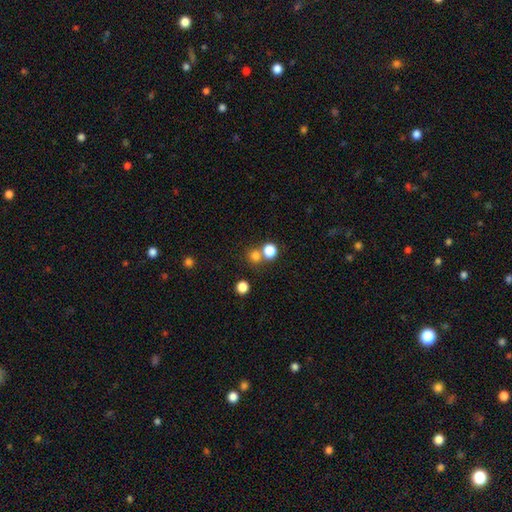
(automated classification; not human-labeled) This is likely a smooth galaxy (77%). How rounded: clearly round (88%). Merging: likely none (61%).